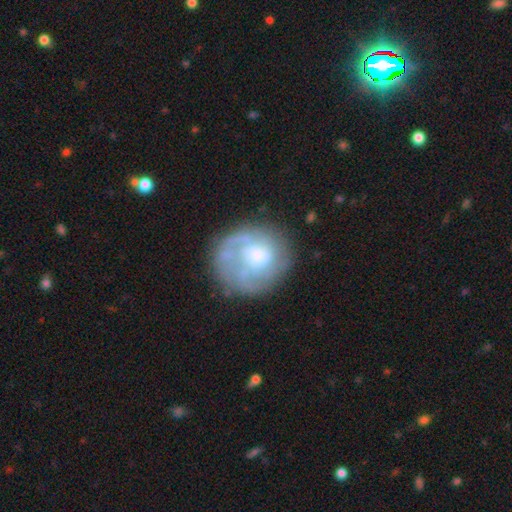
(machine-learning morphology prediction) The model was most divided on "bulge size": moderate: 36%, large: 28%, small: 17%, none: 15%, dominant: 4%. More confident: edge-on disk — no (98%); bar — no (73%); spiral arms — yes (65%); merging — none (61%); smooth or featured — featured or disk (59%).